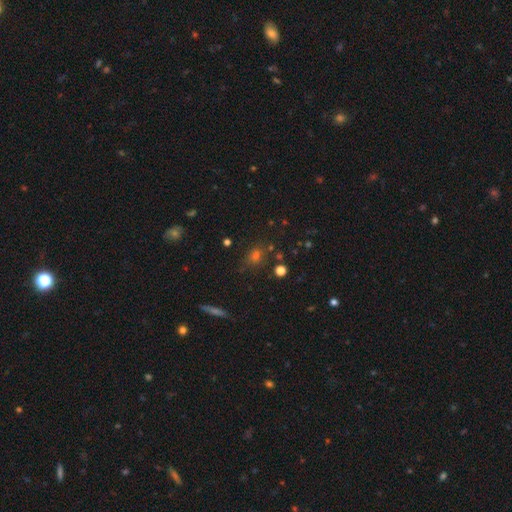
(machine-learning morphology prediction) smooth_or_featured: smooth (p=0.55) [alt: star or artifact p=0.34]
how_rounded: round (p=0.60) [alt: in between p=0.36]
merging: none (p=0.75) [alt: minor disturbance p=0.14]